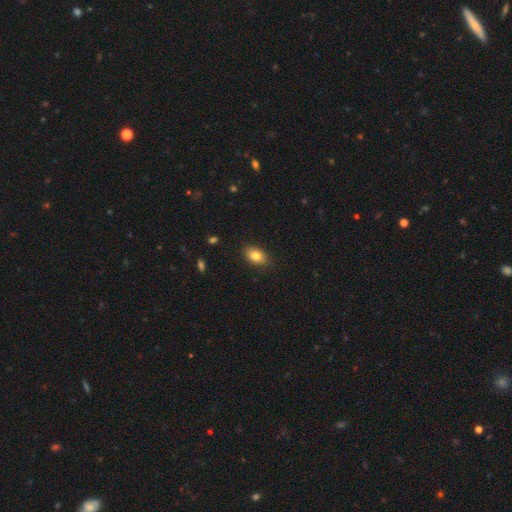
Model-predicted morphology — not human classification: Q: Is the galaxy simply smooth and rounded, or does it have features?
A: smooth — 82%.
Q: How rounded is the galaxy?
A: in between — 86%.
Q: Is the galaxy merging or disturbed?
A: none — 86%.